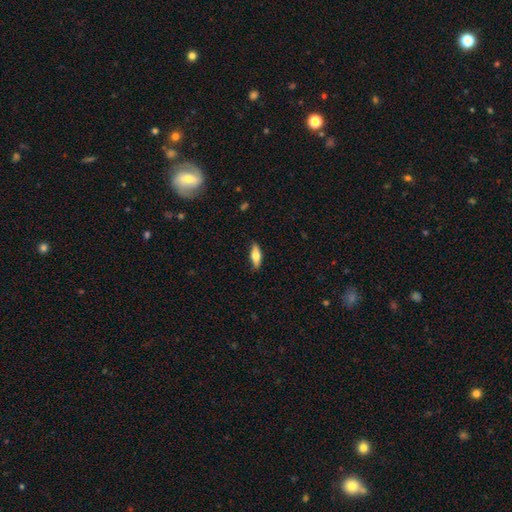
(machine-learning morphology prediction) Overall: smooth (64%; featured or disk 30%). How rounded: in between (63%; cigar-shaped 35%). Merging: none (86%).